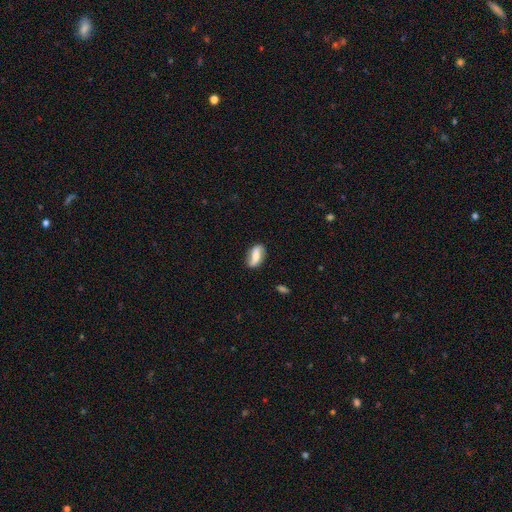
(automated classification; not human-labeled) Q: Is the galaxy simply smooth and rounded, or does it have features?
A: featured or disk — 48%.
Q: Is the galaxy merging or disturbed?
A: none — 77%.